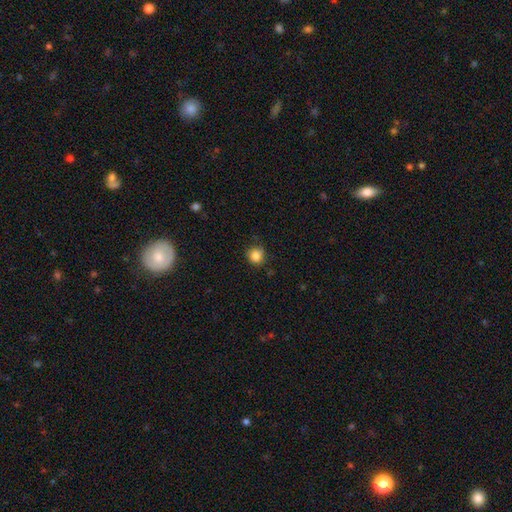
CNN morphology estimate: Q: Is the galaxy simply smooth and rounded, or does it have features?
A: smooth — 85%.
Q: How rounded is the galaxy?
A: round — 89%.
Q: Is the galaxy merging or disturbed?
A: none — 77%.